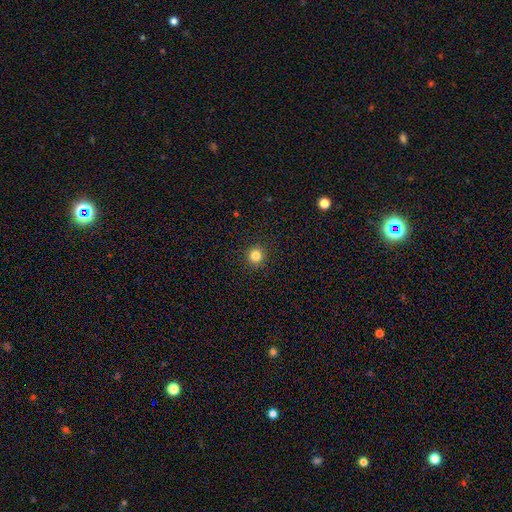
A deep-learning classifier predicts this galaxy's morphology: Smooth or featured: smooth — 83% (star or artifact — 12%)
How rounded: round — 94% (in between — 5%)
Merging: none — 93% (minor disturbance — 5%)